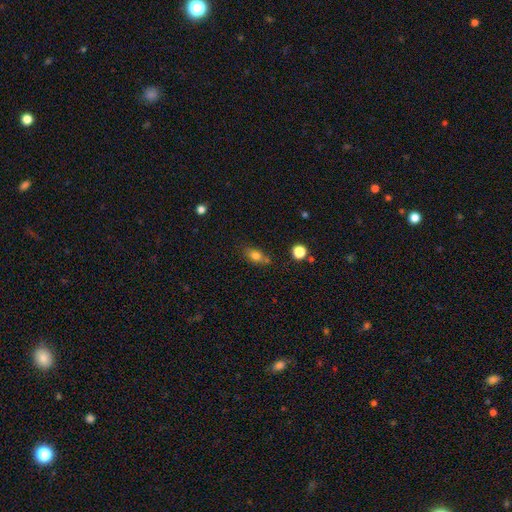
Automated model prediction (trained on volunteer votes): Morphology: type=smooth (75%); roundness=in between (74%); merging=none (65%).